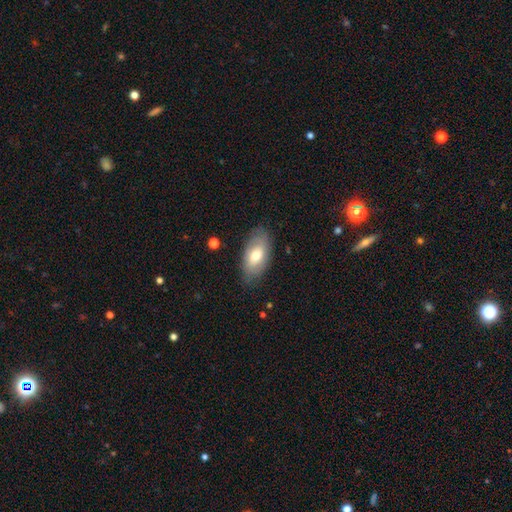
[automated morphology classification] A smooth galaxy with no disk features (58%) that is in between round and cigar-shaped (92%).

Vote fractions:
- Smooth or featured? smooth: 58% / featured or disk: 36% / star or artifact: 7%
- How rounded? in between: 92% / round: 4% / cigar-shaped: 3%
- Merging? none: 79% / minor disturbance: 16% / major disturbance: 4% / merger: 1%